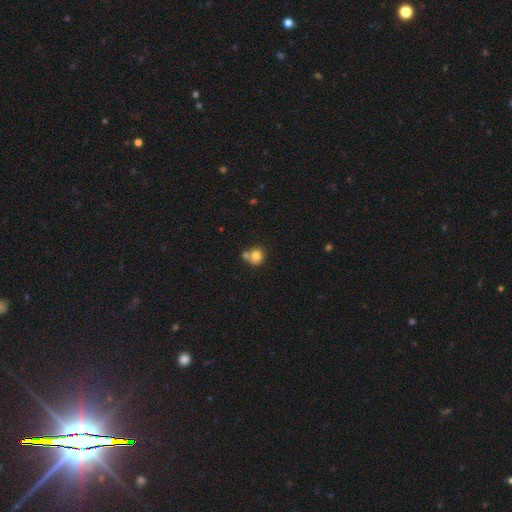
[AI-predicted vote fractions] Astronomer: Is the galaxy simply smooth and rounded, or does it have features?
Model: smooth — 78%.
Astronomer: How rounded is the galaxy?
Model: round — 83%.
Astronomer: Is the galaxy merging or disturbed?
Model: none — 48% (runner-up: merger, 35%).